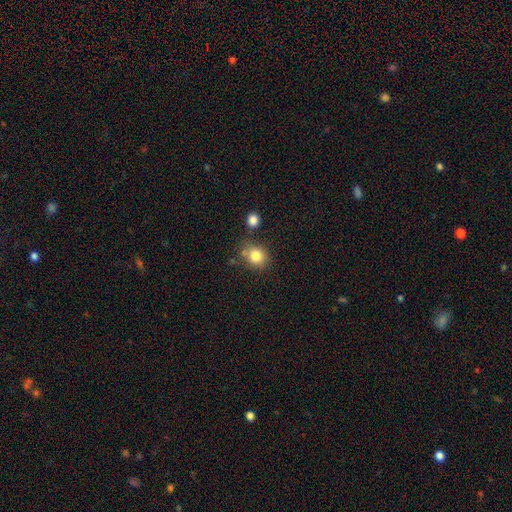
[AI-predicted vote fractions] A smooth galaxy with no disk features (82%) that is round (69%).

Vote fractions:
- Smooth or featured? smooth: 82% / star or artifact: 10% / featured or disk: 8%
- How rounded? round: 69% / in between: 30% / cigar-shaped: 1%
- Merging? none: 65% / minor disturbance: 17% / merger: 12% / major disturbance: 5%